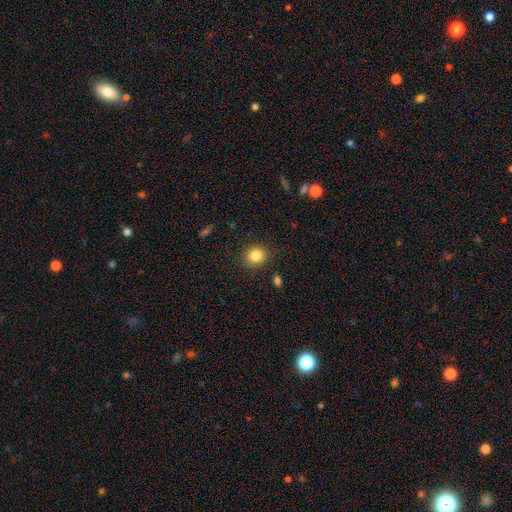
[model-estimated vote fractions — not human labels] Smooth or featured? Predicted: smooth (p=0.84). How rounded? Predicted: round (p=0.81). Merging? Predicted: none (p=0.88).